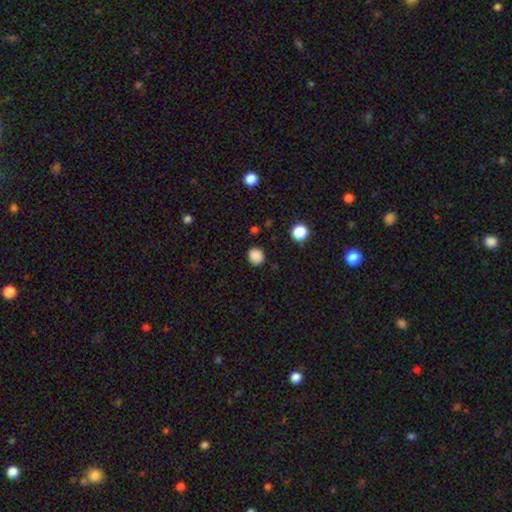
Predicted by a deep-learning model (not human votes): The model was most divided on "how rounded": round: 78%, in between: 21%, cigar-shaped: 1%. More confident: merging — none (88%); smooth or featured — smooth (86%).